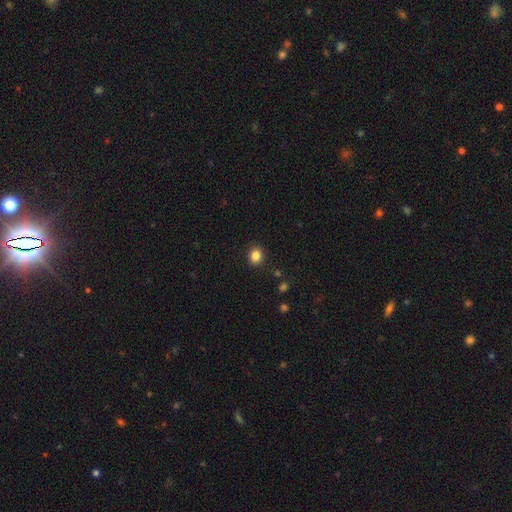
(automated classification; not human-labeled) Smooth or featured? Predicted: smooth (p=0.85). How rounded? Predicted: round (p=0.64). Merging? Predicted: none (p=0.89).